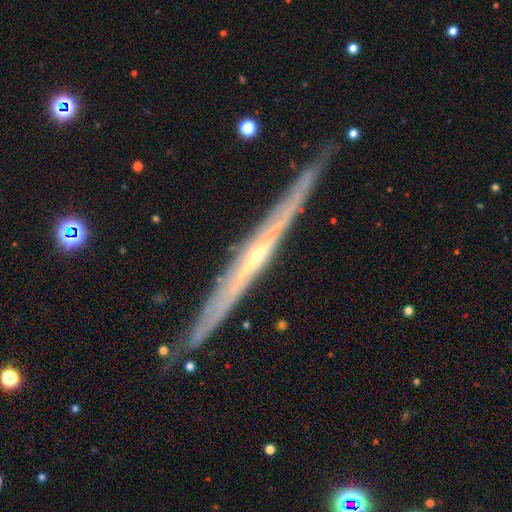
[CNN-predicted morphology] A featured or disk galaxy (82%) viewed edge-on (97%) with a rounded central bulge (56%).

Vote fractions:
- Smooth or featured? featured or disk: 82% / smooth: 12% / star or artifact: 6%
- Edge-on disk? yes: 97% / no: 3%
- Edge-on bulge? rounded: 56% / none: 40% / boxy: 4%
- Merging? none: 87% / minor disturbance: 10% / major disturbance: 2% / merger: 1%